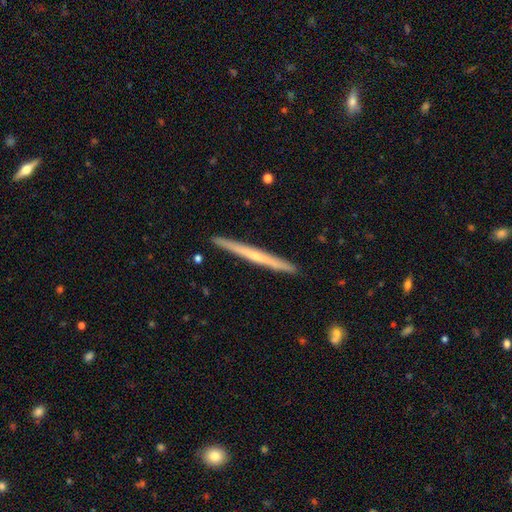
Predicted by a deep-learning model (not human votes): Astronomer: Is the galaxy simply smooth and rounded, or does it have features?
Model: featured or disk — 61%.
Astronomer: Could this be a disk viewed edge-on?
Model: yes — 98%.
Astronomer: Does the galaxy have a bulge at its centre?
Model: none — 58% (runner-up: rounded, 38%).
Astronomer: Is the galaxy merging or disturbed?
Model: none — 92%.